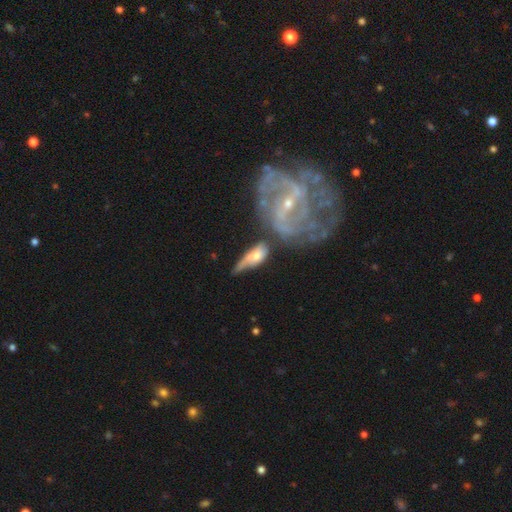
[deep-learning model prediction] Smooth or featured?
  - featured or disk: 63% *
  - smooth: 30%
  - star or artifact: 8%
Edge-on disk?
  - no: 83% *
  - yes: 17%
Bar?
  - no: 52% *
  - weak: 32%
  - strong: 16%
Spiral arms?
  - yes: 68% *
  - no: 32%
Bulge size?
  - small: 52% *
  - moderate: 37%
  - large: 5%
  - none: 3%
  - dominant: 2%
Merging?
  - none: 35% *
  - merger: 26%
  - minor disturbance: 22%
  - major disturbance: 17%